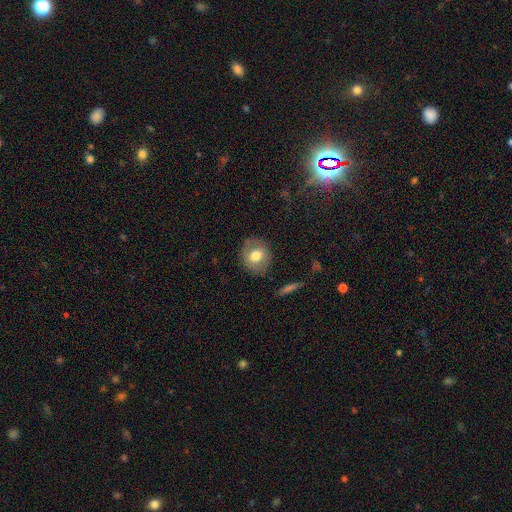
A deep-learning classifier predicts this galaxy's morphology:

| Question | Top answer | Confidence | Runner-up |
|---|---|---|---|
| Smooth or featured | smooth | 70% | featured or disk (22%) |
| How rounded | round | 77% | in between (22%) |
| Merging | none | 85% | minor disturbance (11%) |